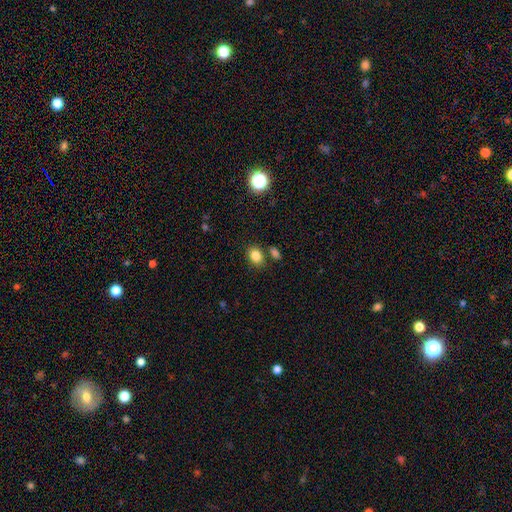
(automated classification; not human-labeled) Smooth or featured? smooth (83%)
How rounded? in between (64%)
Merging? none (76%)